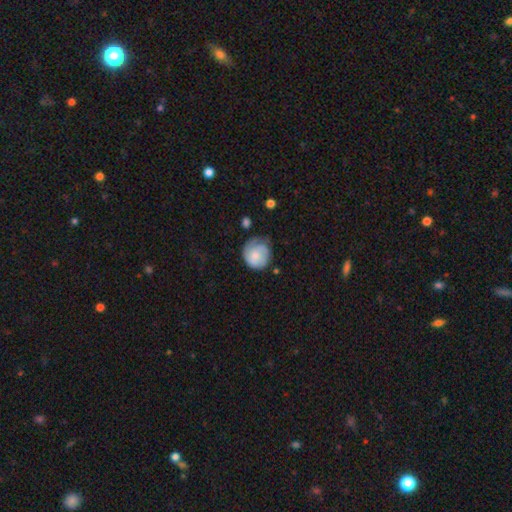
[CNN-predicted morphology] Smooth or featured? smooth (51%)
How rounded? round (80%)
Merging? none (53%)